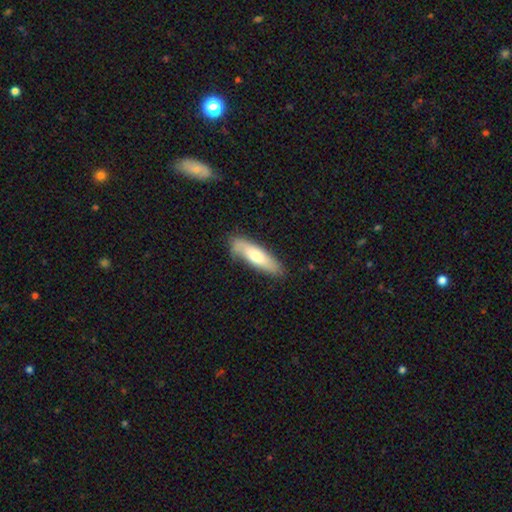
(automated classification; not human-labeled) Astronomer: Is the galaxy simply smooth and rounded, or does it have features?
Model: smooth — 67%.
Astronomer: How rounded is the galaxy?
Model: cigar-shaped — 64%.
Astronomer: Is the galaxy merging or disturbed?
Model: none — 75%.